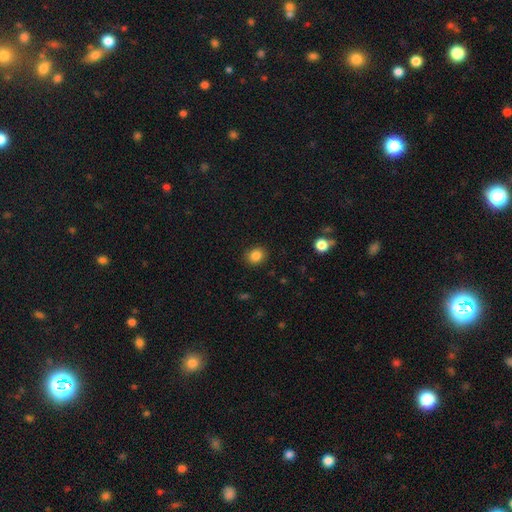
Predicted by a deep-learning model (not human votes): Overall: smooth (85%). How rounded: round (68%; in between 32%). Merging: none (89%).